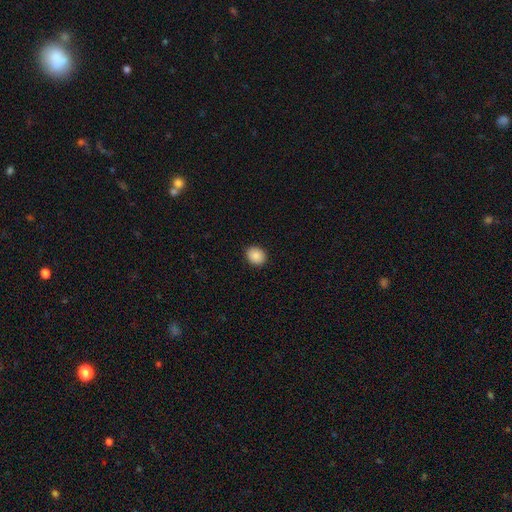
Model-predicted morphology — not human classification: Smooth or featured?
  - smooth: 89% *
  - star or artifact: 8%
  - featured or disk: 3%
How rounded?
  - round: 62% *
  - in between: 37%
  - cigar-shaped: 1%
Merging?
  - none: 90% *
  - minor disturbance: 7%
  - major disturbance: 2%
  - merger: 1%